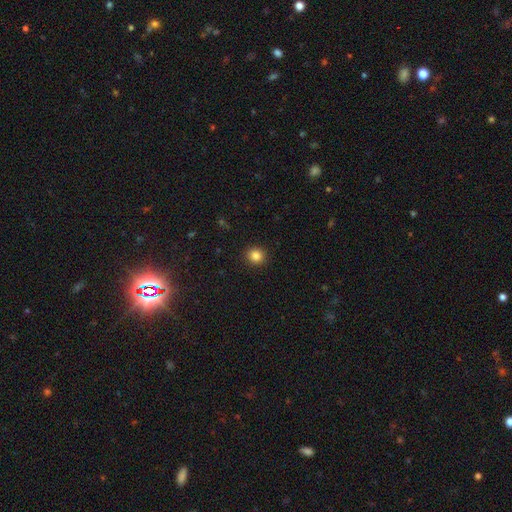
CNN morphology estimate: A smooth galaxy with no disk features (84%) that is round (89%).

Vote fractions:
- Smooth or featured? smooth: 84% / star or artifact: 11% / featured or disk: 4%
- How rounded? round: 89% / in between: 10% / cigar-shaped: 1%
- Merging? none: 92% / minor disturbance: 5% / major disturbance: 2% / merger: 1%